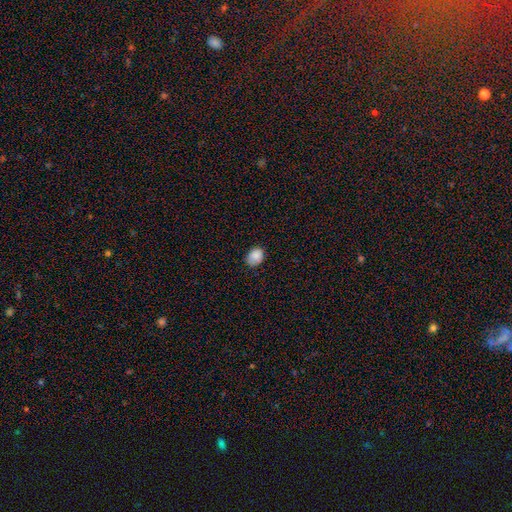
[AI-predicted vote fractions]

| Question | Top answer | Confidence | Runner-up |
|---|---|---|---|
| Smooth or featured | smooth | 87% | star or artifact (8%) |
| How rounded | in between | 63% | round (36%) |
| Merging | none | 74% | minor disturbance (22%) |